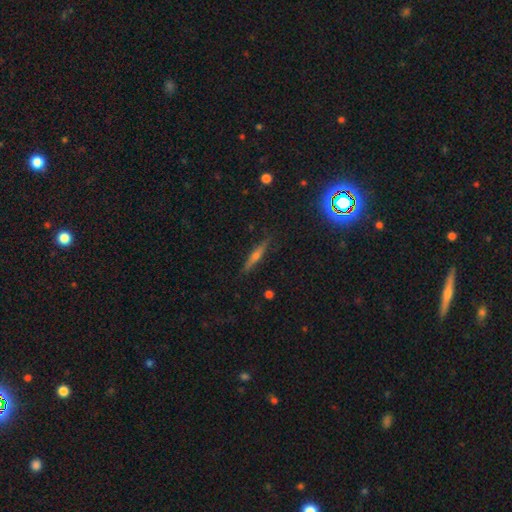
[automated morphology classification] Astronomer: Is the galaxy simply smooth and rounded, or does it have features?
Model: featured or disk — 58%.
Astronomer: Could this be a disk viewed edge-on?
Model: yes — 96%.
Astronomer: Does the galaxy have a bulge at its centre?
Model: rounded — 83%.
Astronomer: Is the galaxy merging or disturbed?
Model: none — 88%.